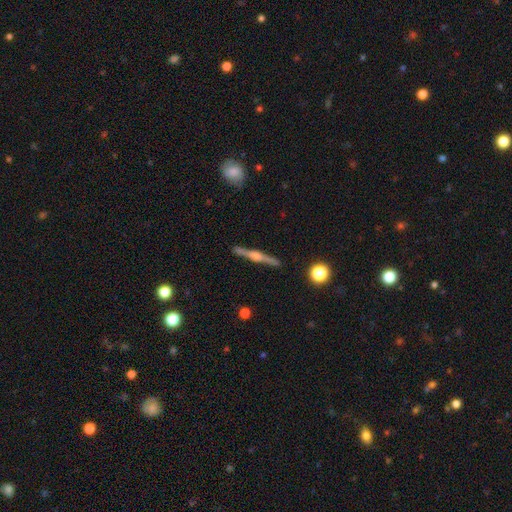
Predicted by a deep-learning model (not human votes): Q: Smooth or featured?
A: featured or disk (78%); runner-up: smooth (15%)
Q: Edge-on disk?
A: yes (98%); runner-up: no (2%)
Q: Edge-on bulge?
A: rounded (85%); runner-up: boxy (9%)
Q: Merging?
A: none (90%); runner-up: minor disturbance (7%)